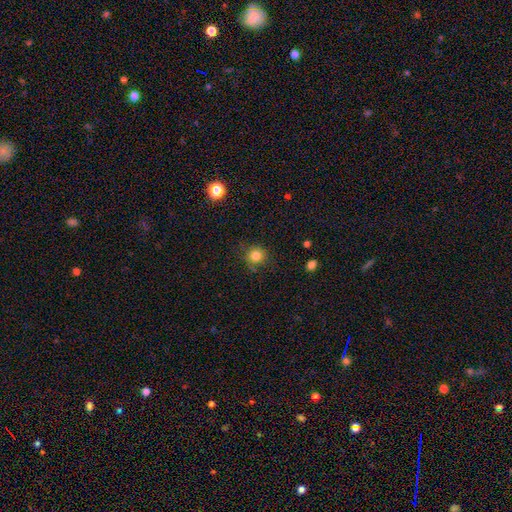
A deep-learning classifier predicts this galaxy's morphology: The model was most divided on "merging": none: 80%, minor disturbance: 14%, major disturbance: 4%, merger: 2%. More confident: how rounded — round (91%); smooth or featured — smooth (81%).